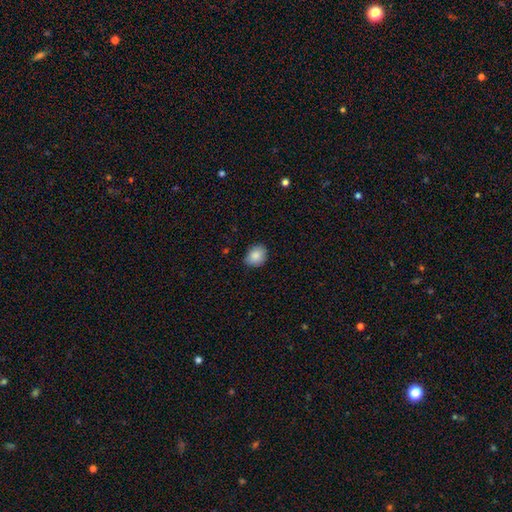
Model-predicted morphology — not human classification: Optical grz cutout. It shows a smooth galaxy with no disk features (87%) that is in between round and cigar-shaped (56%). Merging: none (81%).